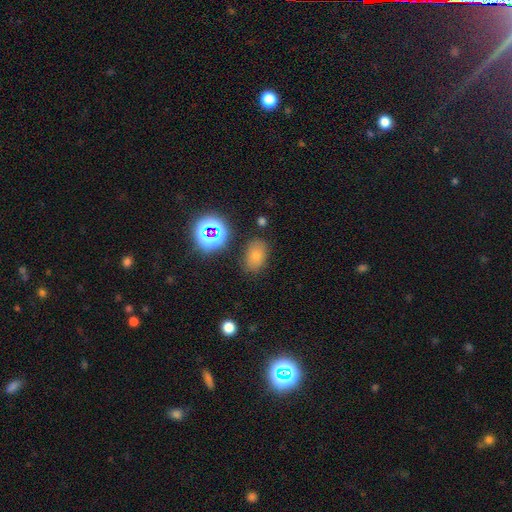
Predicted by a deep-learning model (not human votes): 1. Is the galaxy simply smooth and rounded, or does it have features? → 71% smooth, 18% star or artifact, 10% featured or disk.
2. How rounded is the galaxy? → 83% in between, 16% round, 1% cigar-shaped.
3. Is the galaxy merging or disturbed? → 77% none, 15% minor disturbance, 5% major disturbance, 3% merger.